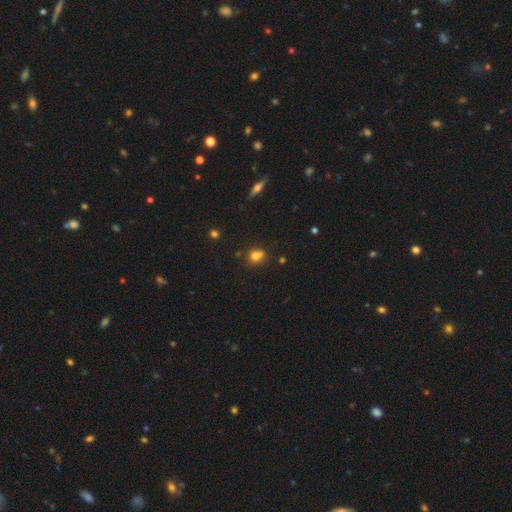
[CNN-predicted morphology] This is likely a smooth galaxy (74%). How rounded: likely round (77%). Merging: possibly none (57%).